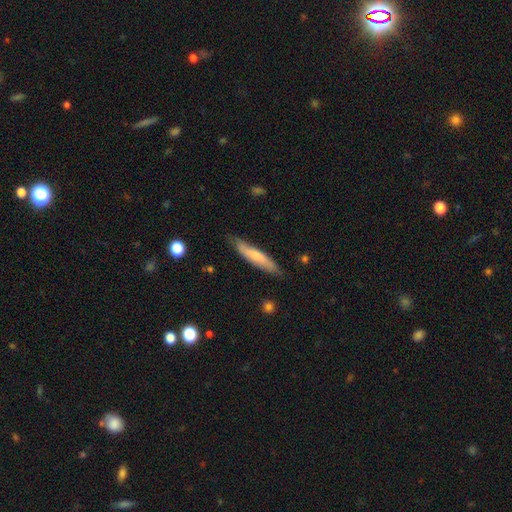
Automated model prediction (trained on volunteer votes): Overall: smooth (58%; featured or disk 37%). How rounded: cigar-shaped (82%). Merging: none (77%).